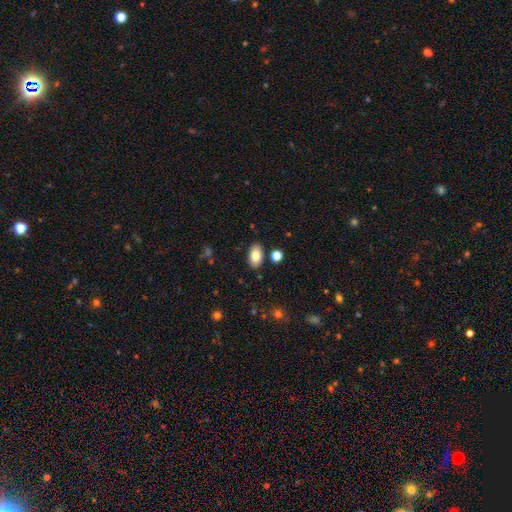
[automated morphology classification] Smooth or featured: smooth — 83% (featured or disk — 9%)
How rounded: in between — 92% (round — 6%)
Merging: none — 85% (minor disturbance — 10%)